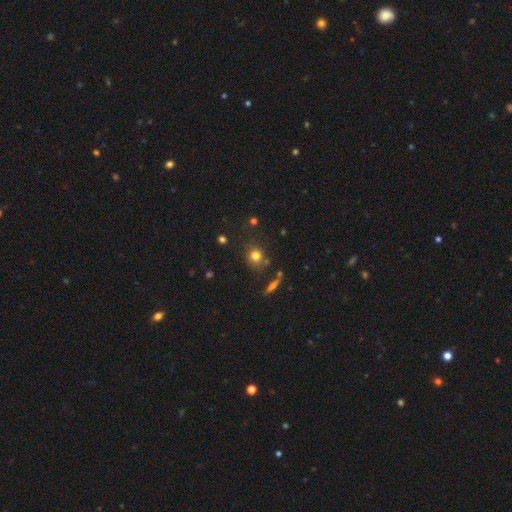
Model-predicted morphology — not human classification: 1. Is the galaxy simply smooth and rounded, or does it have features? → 77% smooth, 14% star or artifact, 9% featured or disk.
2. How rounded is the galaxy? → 83% round, 15% in between, 2% cigar-shaped.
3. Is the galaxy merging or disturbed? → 78% none, 11% minor disturbance, 7% merger, 4% major disturbance.